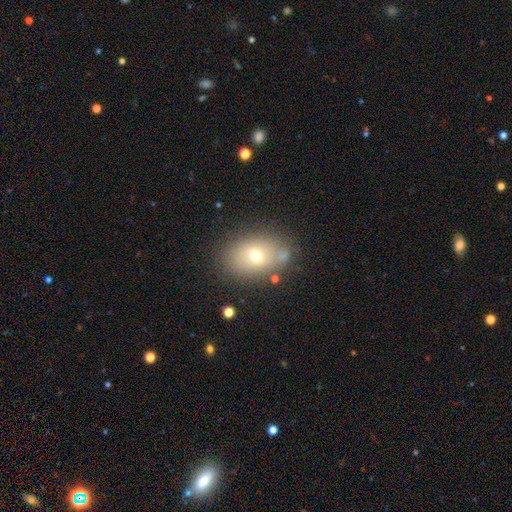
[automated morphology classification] Overall: smooth (64%). How rounded: in between (76%). Merging: none (75%).